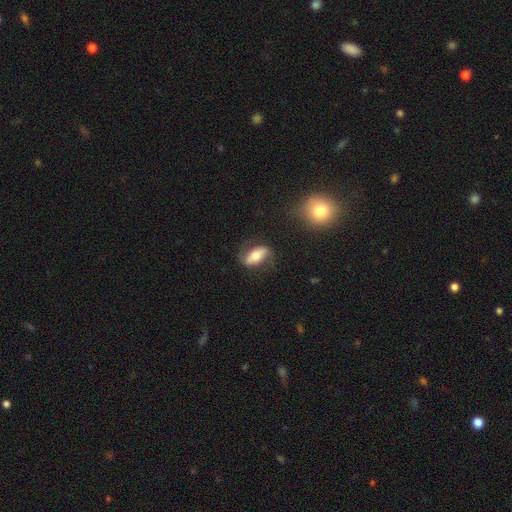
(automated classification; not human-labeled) The model was most divided on "smooth or featured": smooth: 47%, featured or disk: 46%, star or artifact: 7%. More confident: merging — none (69%).